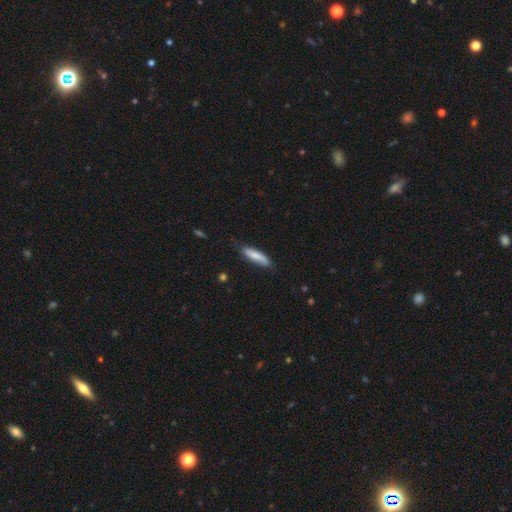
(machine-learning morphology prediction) The model was most divided on "how rounded": cigar-shaped: 70%, in between: 28%, round: 2%. More confident: smooth or featured — smooth (75%); merging — none (73%).